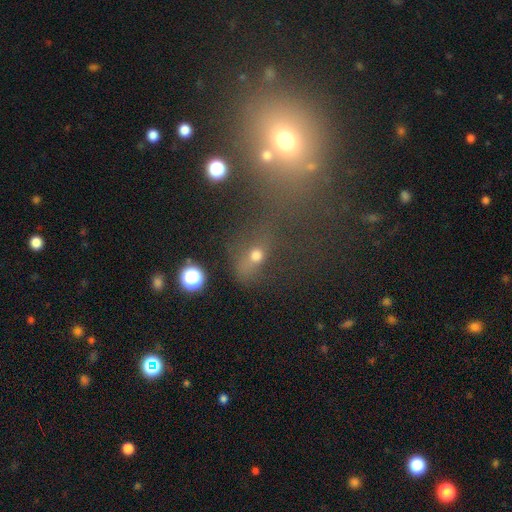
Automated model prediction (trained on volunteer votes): This is possibly a smooth galaxy (50%). How rounded: possibly in between (52%). Merging: marginally none (43%).